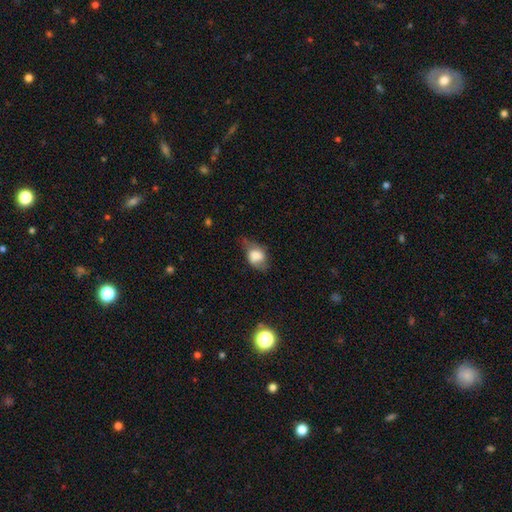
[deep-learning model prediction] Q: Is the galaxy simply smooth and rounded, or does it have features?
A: smooth — 67%.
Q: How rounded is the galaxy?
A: in between — 76%.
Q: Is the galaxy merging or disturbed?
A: none — 40%.